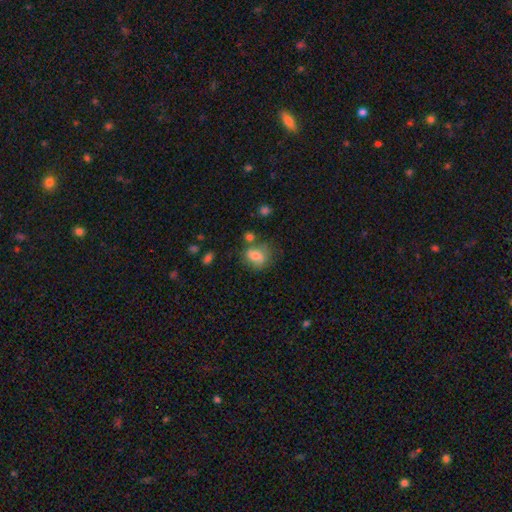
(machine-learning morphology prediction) type=smooth (72%); roundness=in between (57%); merging=none (53%).